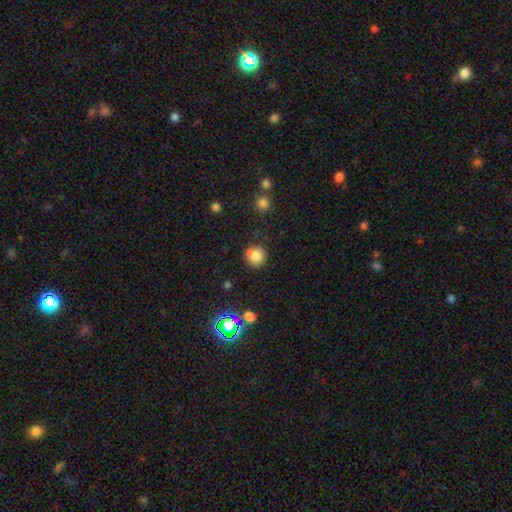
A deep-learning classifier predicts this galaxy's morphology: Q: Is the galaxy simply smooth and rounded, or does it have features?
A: smooth — 80%.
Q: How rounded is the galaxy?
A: round — 93%.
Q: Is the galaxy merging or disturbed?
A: none — 79%.